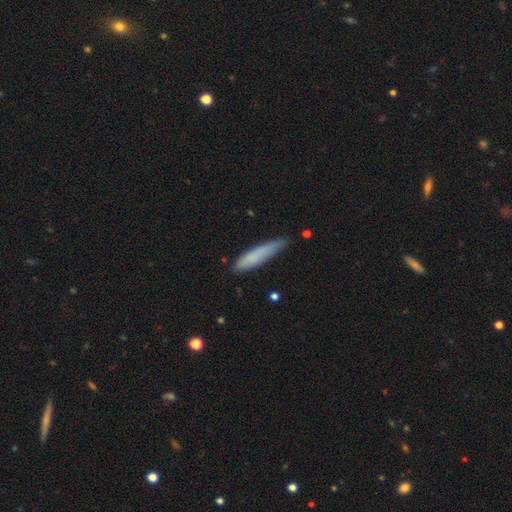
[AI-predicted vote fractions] Morphology: type=smooth (78%); roundness=cigar-shaped (88%); merging=none (75%).